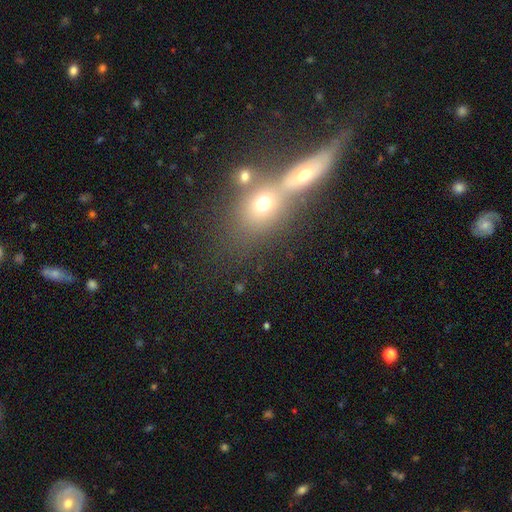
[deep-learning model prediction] Smooth or featured? Predicted: smooth (p=0.48). Merging? Predicted: merger (p=0.57).